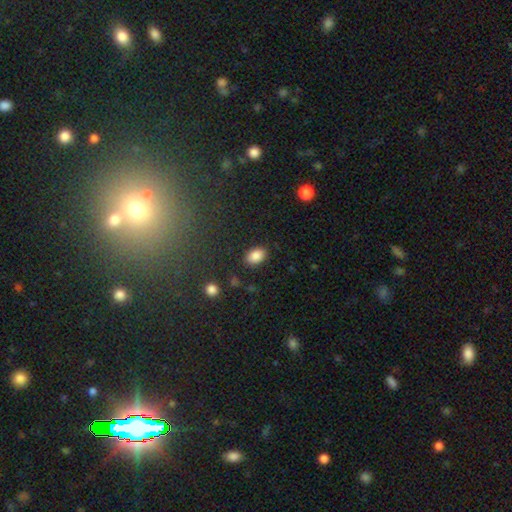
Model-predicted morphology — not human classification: A smooth galaxy with no disk features (87%) that is in between round and cigar-shaped (87%). Merging: none (85%).